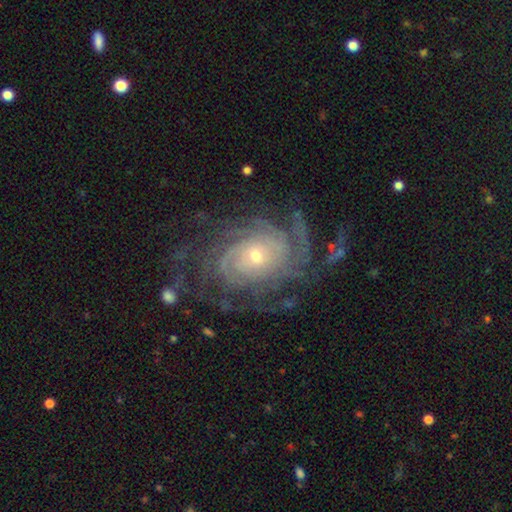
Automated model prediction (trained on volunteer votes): This appears to be a featured or disk galaxy (89%) with no bar (77%), tight (73%) spiral arms (97%) and a small central bulge (67%). Merging: none (71%).